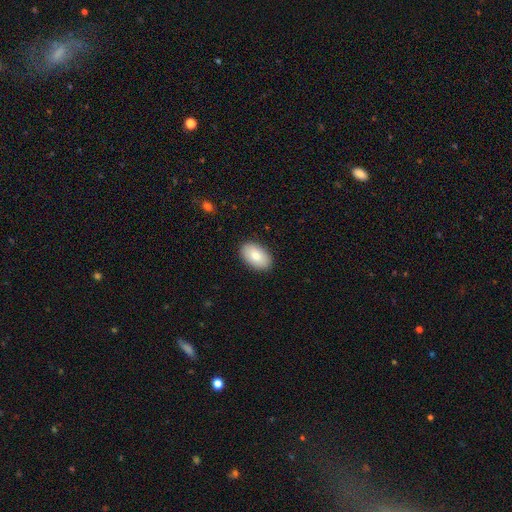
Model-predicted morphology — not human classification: type=smooth (86%); roundness=in between (94%); merging=none (89%).